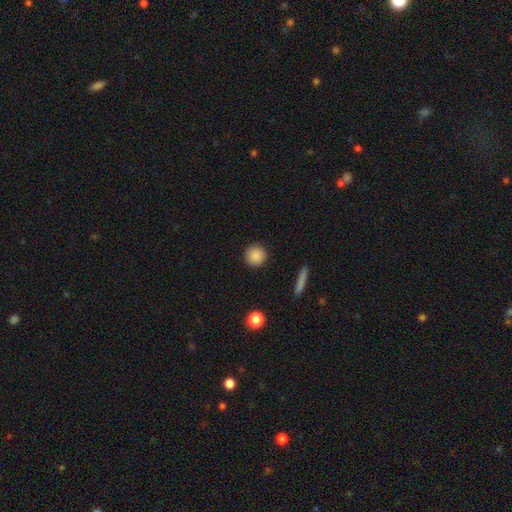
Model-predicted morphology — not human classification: type=smooth (88%); roundness=round (94%); merging=none (92%).